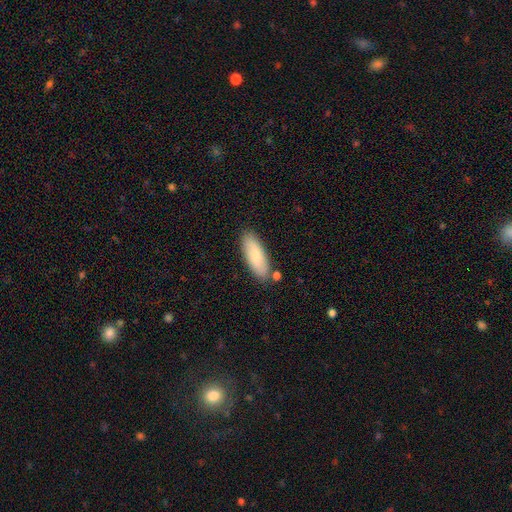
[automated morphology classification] This appears to be a smooth galaxy with no disk features (80%) that is in between round and cigar-shaped (68%). Merging: none (81%).